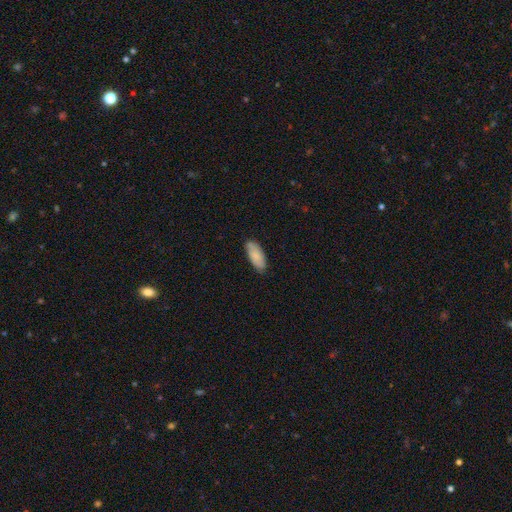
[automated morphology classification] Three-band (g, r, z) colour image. It shows a smooth galaxy with no disk features (82%) that is in between round and cigar-shaped (84%). Merging: none (80%).